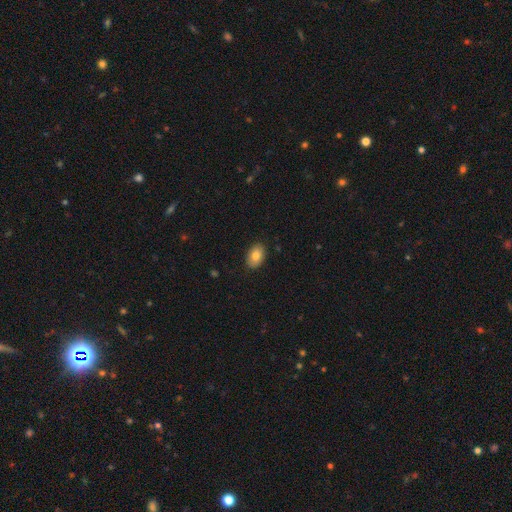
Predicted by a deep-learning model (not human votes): Q: Smooth or featured?
A: smooth (81%); runner-up: featured or disk (11%)
Q: How rounded?
A: in between (89%); runner-up: round (10%)
Q: Merging?
A: none (88%); runner-up: minor disturbance (9%)